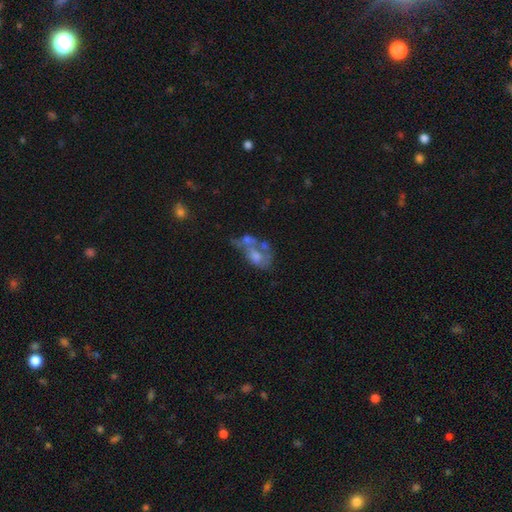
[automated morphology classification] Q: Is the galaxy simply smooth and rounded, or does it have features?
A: featured or disk — 50%.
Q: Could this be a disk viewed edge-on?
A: no — 96%.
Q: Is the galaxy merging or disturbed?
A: merger — 44%.